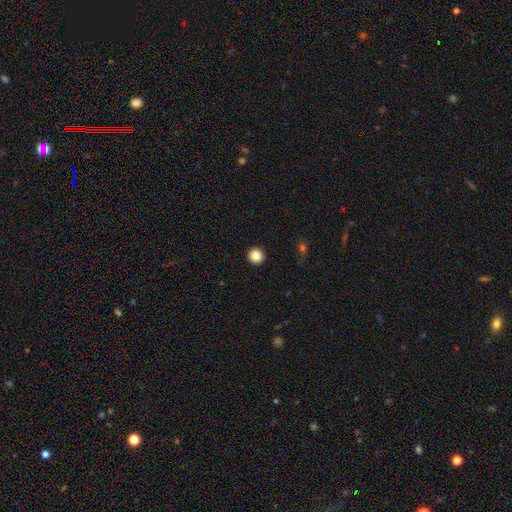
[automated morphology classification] smooth-or-featured: smooth: 86% | star or artifact: 10% | featured or disk: 4%
  how-rounded: round: 95% | in between: 4% | cigar-shaped: 1%
  merging: none: 94% | minor disturbance: 4% | major disturbance: 1% | merger: 1%